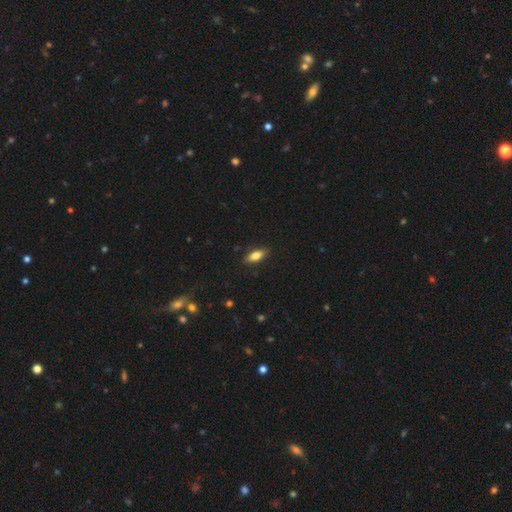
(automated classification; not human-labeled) Smooth or featured?
  - smooth: 78% *
  - featured or disk: 15%
  - star or artifact: 7%
How rounded?
  - in between: 78% *
  - cigar-shaped: 20%
  - round: 3%
Merging?
  - none: 86% *
  - minor disturbance: 10%
  - major disturbance: 2%
  - merger: 1%